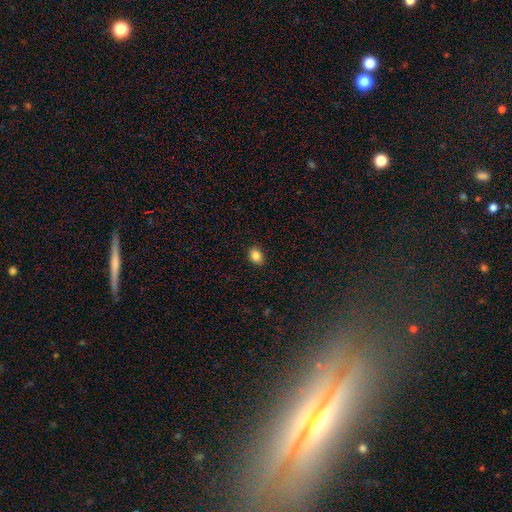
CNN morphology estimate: Smooth or featured?
  - smooth: 86% *
  - star or artifact: 10%
  - featured or disk: 4%
How rounded?
  - in between: 64% *
  - round: 35%
  - cigar-shaped: 1%
Merging?
  - none: 88% *
  - minor disturbance: 9%
  - major disturbance: 2%
  - merger: 1%